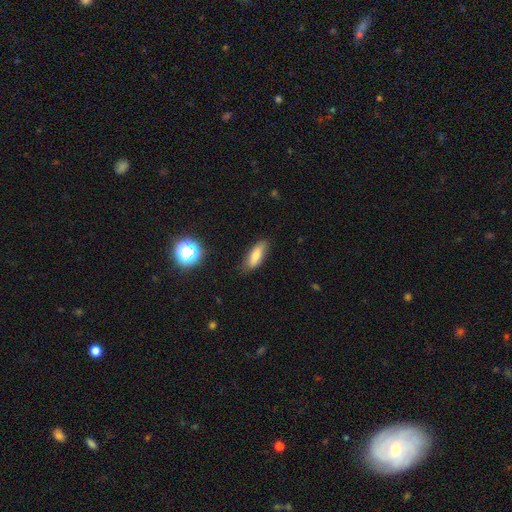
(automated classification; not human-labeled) smooth-or-featured: smooth: 75% | featured or disk: 16% | star or artifact: 9%
  how-rounded: in between: 66% | cigar-shaped: 31% | round: 3%
  merging: none: 77% | minor disturbance: 18% | major disturbance: 3% | merger: 2%